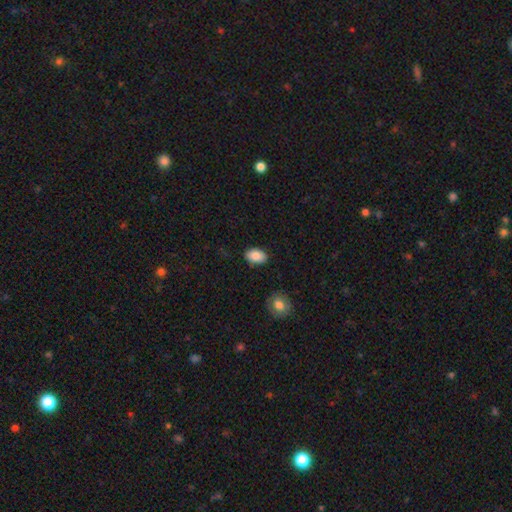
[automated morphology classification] smooth 87%, star or artifact 7%, featured or disk 6%. Down the decision tree: how rounded — in between (89%); merging — none (86%).